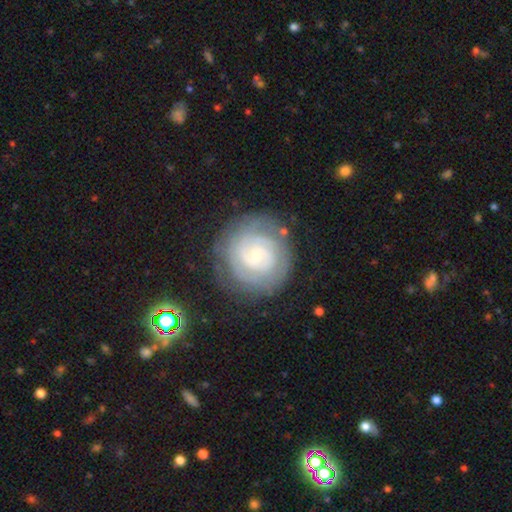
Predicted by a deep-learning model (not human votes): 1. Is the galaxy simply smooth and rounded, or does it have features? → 75% featured or disk, 18% smooth, 6% star or artifact.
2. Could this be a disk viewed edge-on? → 98% no, 2% yes.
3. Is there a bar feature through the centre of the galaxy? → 64% no, 29% weak, 6% strong.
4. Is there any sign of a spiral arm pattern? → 91% yes, 9% no.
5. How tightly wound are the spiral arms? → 77% tight, 18% medium, 5% loose.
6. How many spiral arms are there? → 39% can't tell, 29% 2, 15% 3, 7% 4, 5% 1, 5% more than 4.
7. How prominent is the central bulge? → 75% small, 18% moderate, 3% none, 3% large, 1% dominant.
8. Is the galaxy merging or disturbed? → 77% none, 14% minor disturbance, 7% major disturbance, 2% merger.